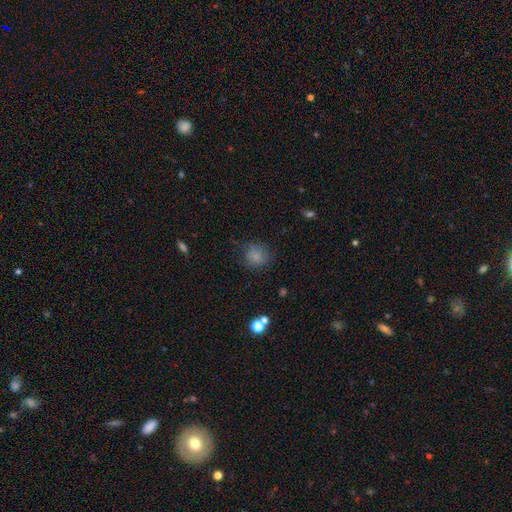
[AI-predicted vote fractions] Overall: smooth (80%). How rounded: round (80%). Merging: none (76%).